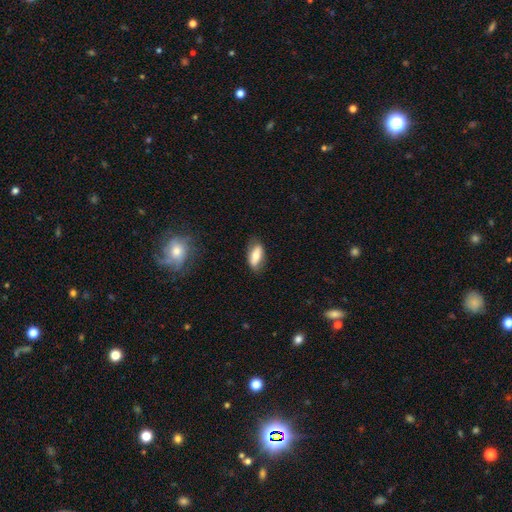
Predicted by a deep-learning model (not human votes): Q: Smooth or featured?
A: smooth (66%); runner-up: featured or disk (28%)
Q: How rounded?
A: in between (83%); runner-up: cigar-shaped (14%)
Q: Merging?
A: none (76%); runner-up: minor disturbance (18%)